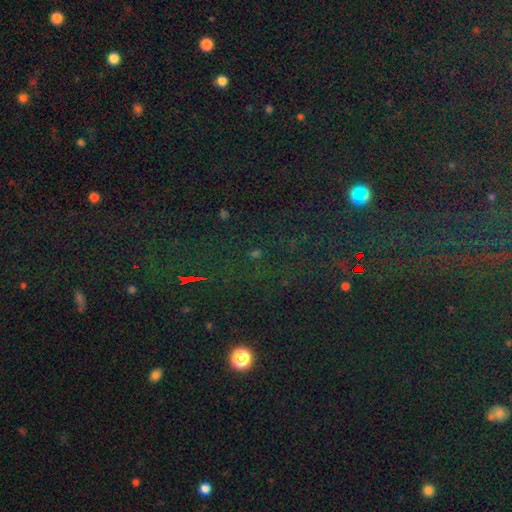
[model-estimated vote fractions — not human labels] Smooth or featured?
  - star or artifact: 73% *
  - smooth: 19%
  - featured or disk: 8%